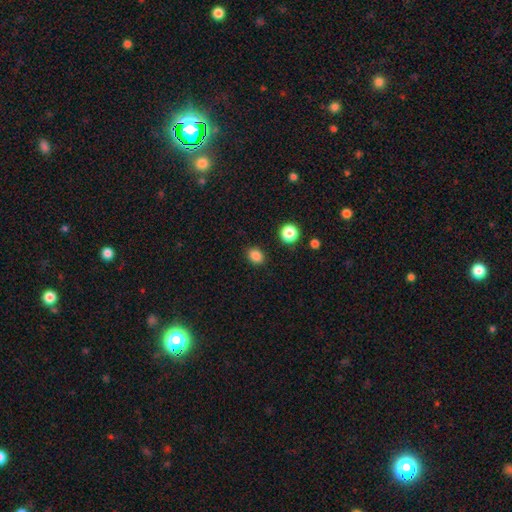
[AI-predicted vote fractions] Smooth or featured: smooth — 85% (star or artifact — 11%)
How rounded: in between — 50% (round — 49%)
Merging: none — 88% (minor disturbance — 8%)